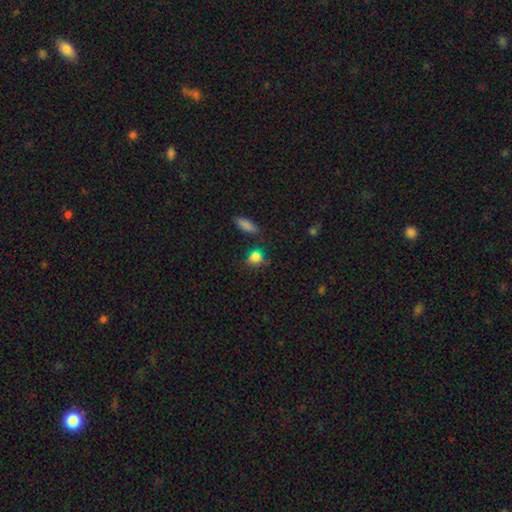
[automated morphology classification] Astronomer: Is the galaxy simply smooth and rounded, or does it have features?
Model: smooth — 68%.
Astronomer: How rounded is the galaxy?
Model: round — 58% (runner-up: in between, 37%).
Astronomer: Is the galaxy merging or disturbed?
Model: none — 76%.